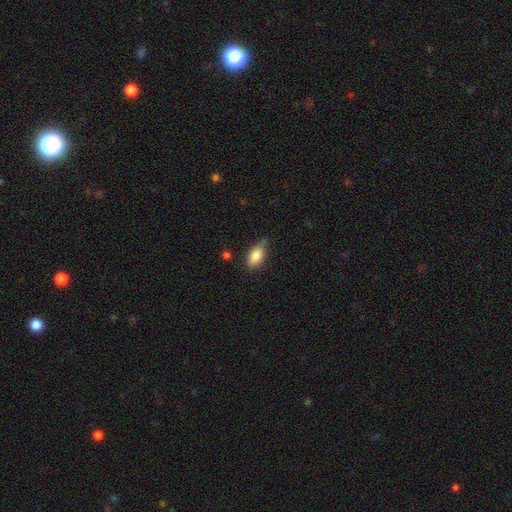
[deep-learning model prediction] A smooth galaxy with no disk features (84%) that is in between round and cigar-shaped (89%). Merging: none (68%).